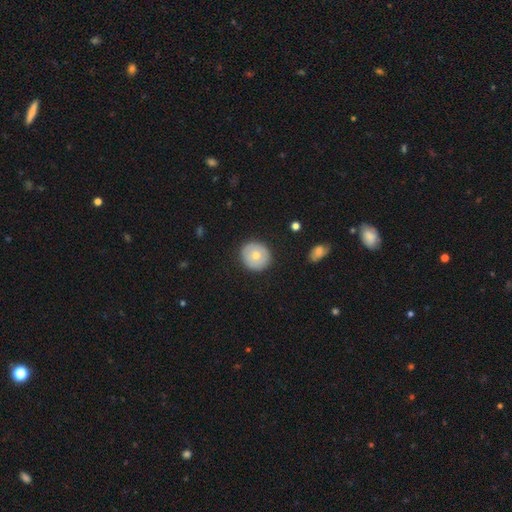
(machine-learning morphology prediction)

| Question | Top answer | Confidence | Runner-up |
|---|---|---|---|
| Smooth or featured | smooth | 67% | featured or disk (26%) |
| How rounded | round | 88% | in between (11%) |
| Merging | none | 88% | minor disturbance (9%) |